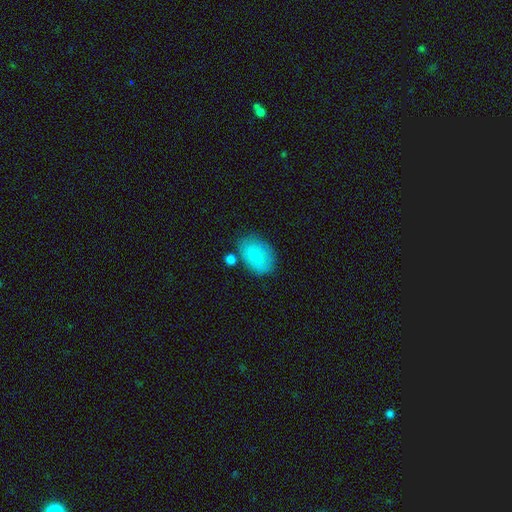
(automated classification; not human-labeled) Smooth or featured? smooth (84%)
How rounded? in between (85%)
Merging? none (68%)